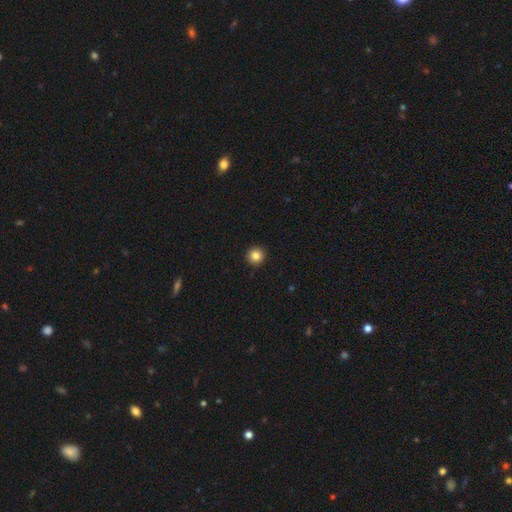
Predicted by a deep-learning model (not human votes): smooth 85%, star or artifact 10%, featured or disk 5%. Down the decision tree: how rounded — round (96%); merging — none (94%).